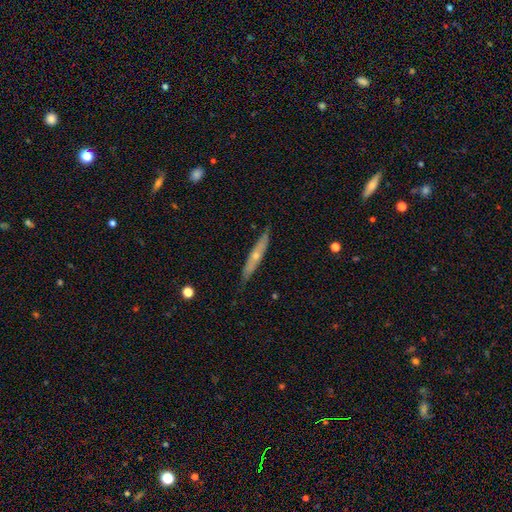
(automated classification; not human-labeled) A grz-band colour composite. It shows a featured or disk galaxy (58%) viewed edge-on (87%) with a rounded central bulge (71%). Merging: none (83%).